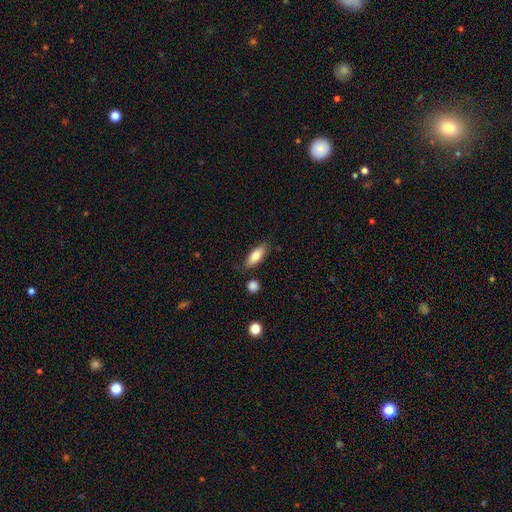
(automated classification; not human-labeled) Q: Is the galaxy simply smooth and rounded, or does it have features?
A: smooth — 76%.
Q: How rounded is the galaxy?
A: in between — 64%.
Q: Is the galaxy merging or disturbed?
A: none — 82%.